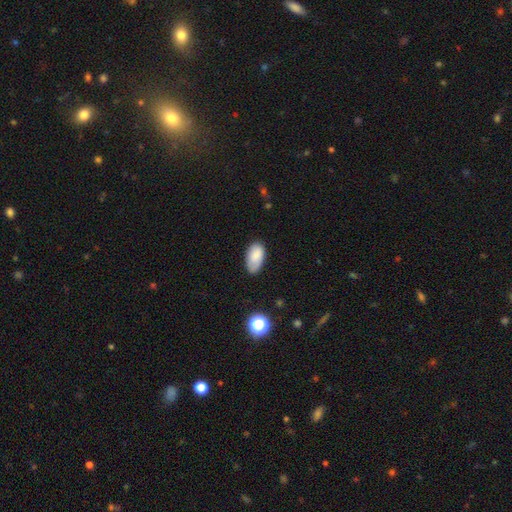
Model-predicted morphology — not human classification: This is clearly a smooth galaxy (85%). How rounded: clearly in between (95%). Merging: likely none (72%).